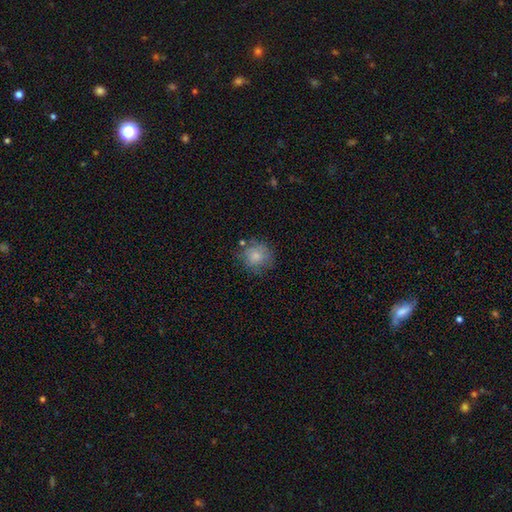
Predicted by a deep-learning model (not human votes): Q: Smooth or featured?
A: smooth (76%); runner-up: featured or disk (15%)
Q: How rounded?
A: round (85%); runner-up: in between (14%)
Q: Merging?
A: none (66%); runner-up: minor disturbance (21%)